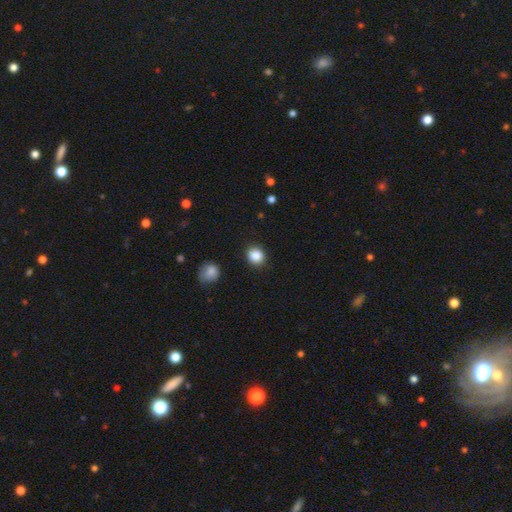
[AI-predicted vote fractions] Smooth or featured? smooth (86%)
How rounded? round (76%)
Merging? none (88%)